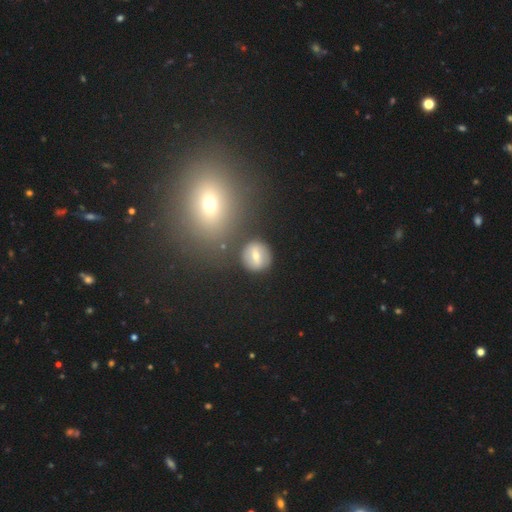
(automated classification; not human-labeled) Smooth or featured: smooth — 54% (featured or disk — 37%)
How rounded: round — 80% (in between — 18%)
Merging: none — 81% (minor disturbance — 9%)